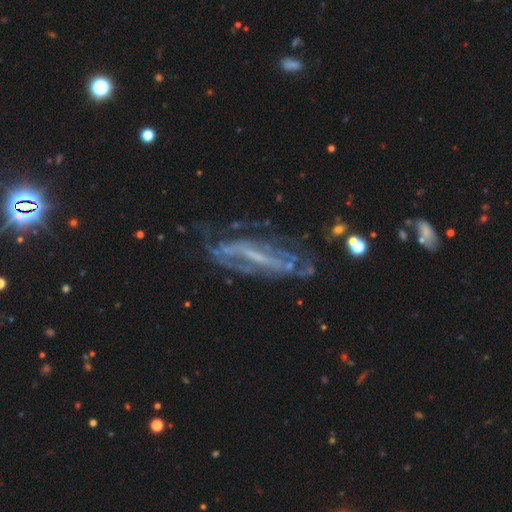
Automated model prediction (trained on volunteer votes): Overall: featured or disk (77%). Edge-on disk: no (73%). Bar: strong (43%; weak 33%). Spiral arms: yes (74%). Bulge size: small (53%; none 30%). Merging: none (57%; minor disturbance 21%).